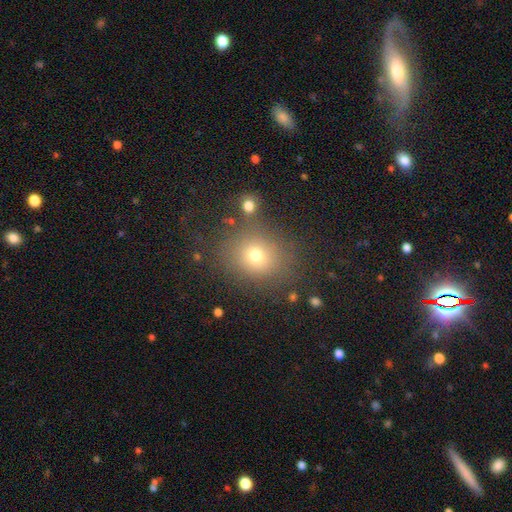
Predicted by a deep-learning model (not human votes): smooth 70%, star or artifact 18%, featured or disk 11%. Down the decision tree: how rounded — round (68%); merging — none (75%).